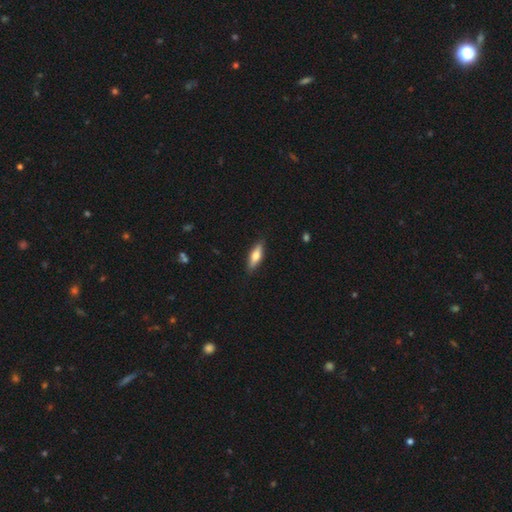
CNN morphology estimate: A smooth galaxy with no disk features (59%) that is cigar-shaped (51%).

Vote fractions:
- Smooth or featured? smooth: 59% / featured or disk: 35% / star or artifact: 6%
- How rounded? cigar-shaped: 51% / in between: 46% / round: 2%
- Merging? none: 87% / minor disturbance: 10% / major disturbance: 2% / merger: 1%